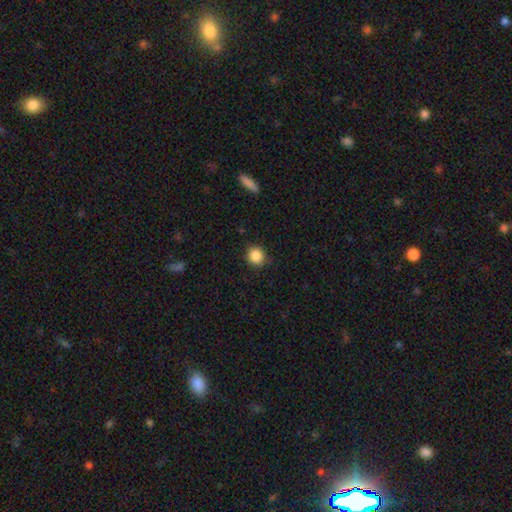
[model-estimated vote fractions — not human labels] smooth_or_featured: smooth (p=0.87) [alt: star or artifact p=0.10]
how_rounded: round (p=0.87) [alt: in between p=0.12]
merging: none (p=0.88) [alt: minor disturbance p=0.09]